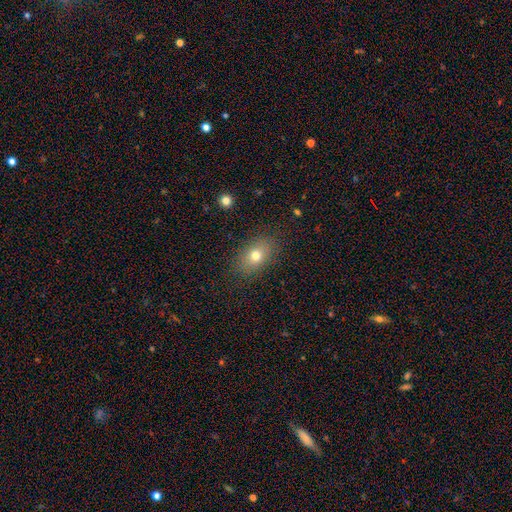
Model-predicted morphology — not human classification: type=smooth (73%); roundness=in between (80%); merging=none (85%).